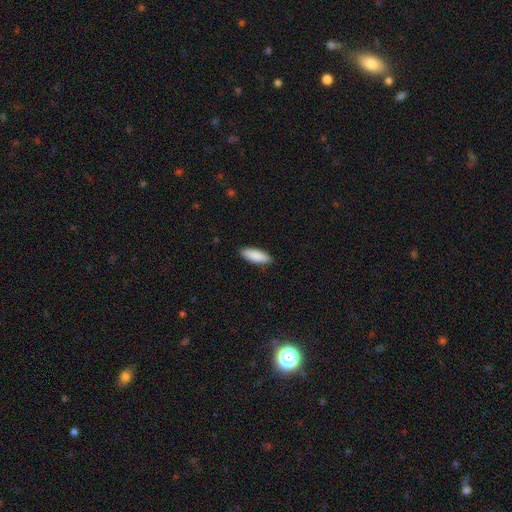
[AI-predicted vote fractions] This appears to be a smooth galaxy with no disk features (89%) that is in between round and cigar-shaped (64%). Merging: none (89%).